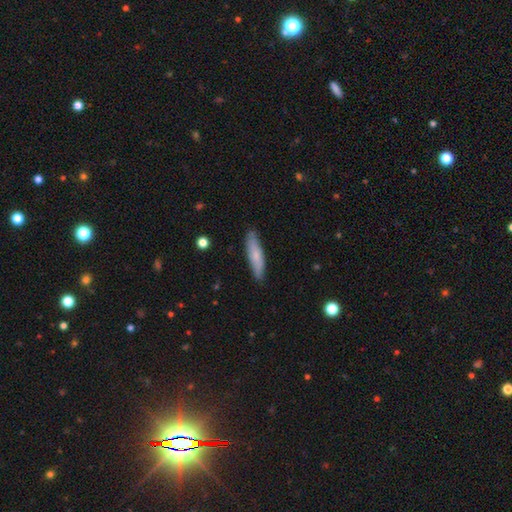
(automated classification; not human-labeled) Q: Smooth or featured?
A: smooth (70%); runner-up: featured or disk (24%)
Q: How rounded?
A: cigar-shaped (77%); runner-up: in between (21%)
Q: Merging?
A: none (85%); runner-up: minor disturbance (12%)